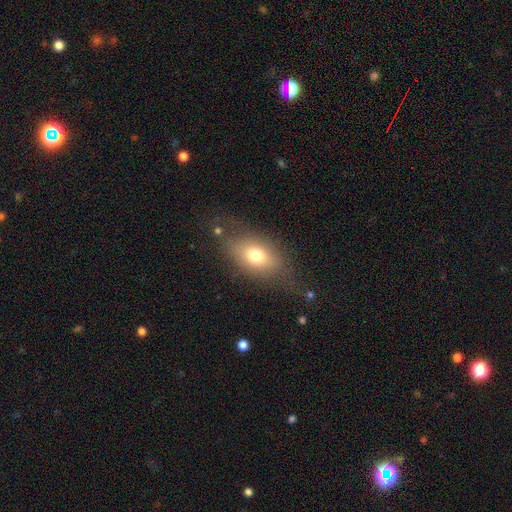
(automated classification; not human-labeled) A smooth galaxy with no disk features (72%) that is in between round and cigar-shaped (81%). Merging: none (65%).